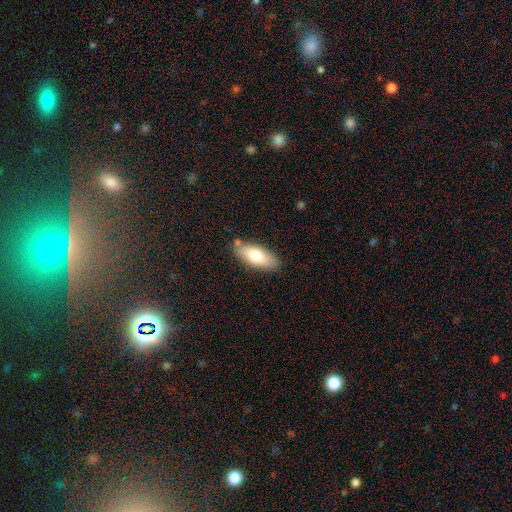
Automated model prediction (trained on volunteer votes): Smooth or featured? smooth (73%)
How rounded? in between (81%)
Merging? none (80%)